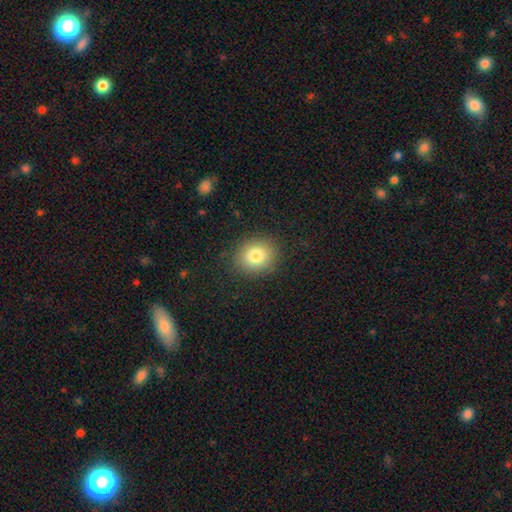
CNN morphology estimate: smooth_or_featured: smooth (p=0.81) [alt: star or artifact p=0.11]
how_rounded: round (p=0.71) [alt: in between p=0.28]
merging: none (p=0.87) [alt: minor disturbance p=0.09]